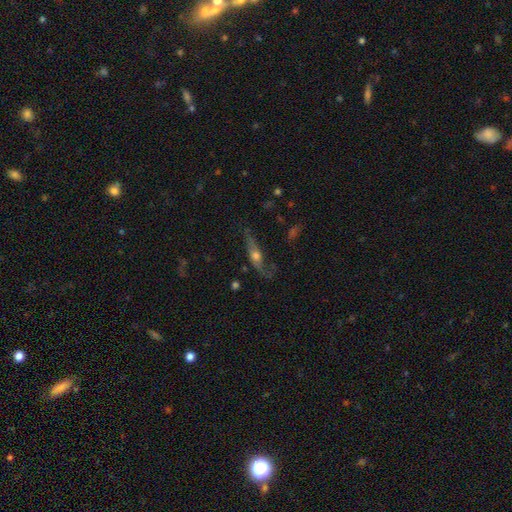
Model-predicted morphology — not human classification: This appears to be a featured or disk galaxy (53%) viewed edge-on (67%). Merging: none (55%).